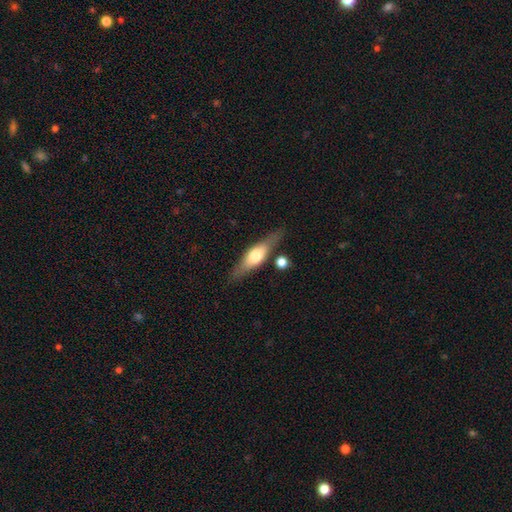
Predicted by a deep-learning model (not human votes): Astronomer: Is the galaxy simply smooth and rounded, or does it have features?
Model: featured or disk — 53% (runner-up: smooth, 41%).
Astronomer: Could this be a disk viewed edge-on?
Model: yes — 90%.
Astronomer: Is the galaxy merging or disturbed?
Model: none — 77%.